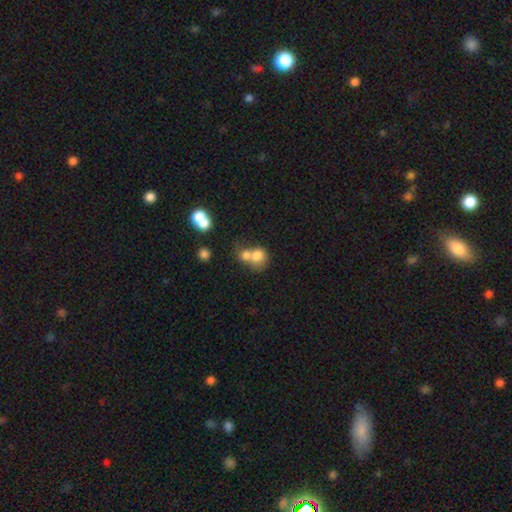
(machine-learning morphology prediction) smooth-or-featured: smooth: 71% | featured or disk: 18% | star or artifact: 11%
  how-rounded: round: 70% | in between: 29% | cigar-shaped: 1%
  merging: merger: 62% | none: 26% | minor disturbance: 7% | major disturbance: 5%